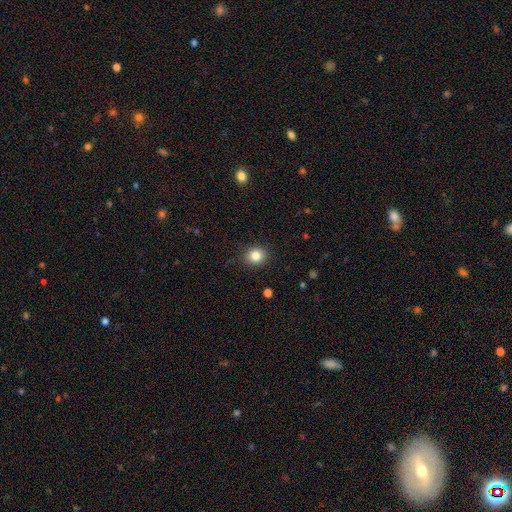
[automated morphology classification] Smooth or featured? Predicted: smooth (p=0.84). How rounded? Predicted: round (p=0.81). Merging? Predicted: none (p=0.87).